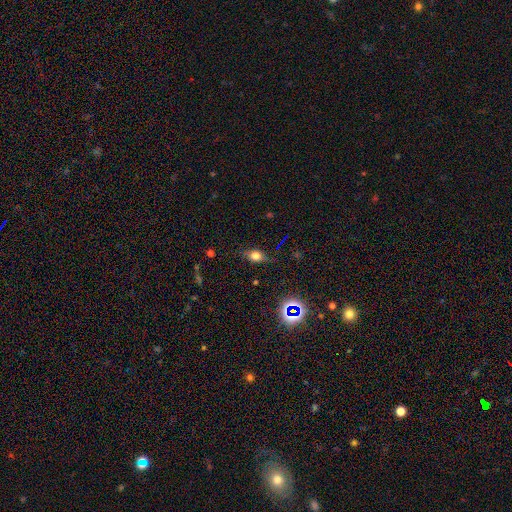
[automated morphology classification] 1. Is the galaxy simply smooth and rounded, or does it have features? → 55% smooth, 25% featured or disk, 20% star or artifact.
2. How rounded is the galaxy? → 57% in between, 35% round, 8% cigar-shaped.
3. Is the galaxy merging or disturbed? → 74% none, 18% minor disturbance, 6% major disturbance, 2% merger.